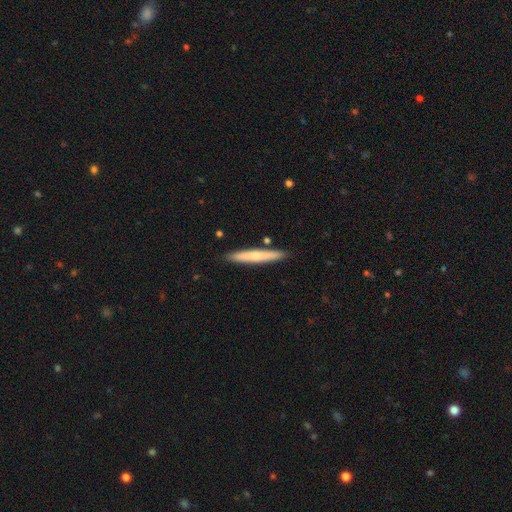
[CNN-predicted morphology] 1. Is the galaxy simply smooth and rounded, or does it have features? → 63% smooth, 31% featured or disk, 5% star or artifact.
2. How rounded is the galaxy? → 95% cigar-shaped, 4% in between, 1% round.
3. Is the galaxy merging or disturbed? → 89% none, 8% minor disturbance, 2% merger, 1% major disturbance.